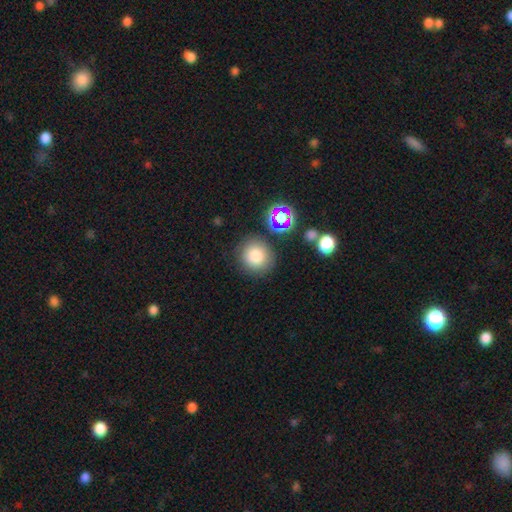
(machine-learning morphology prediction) Overall: smooth (80%). How rounded: round (90%). Merging: none (83%).